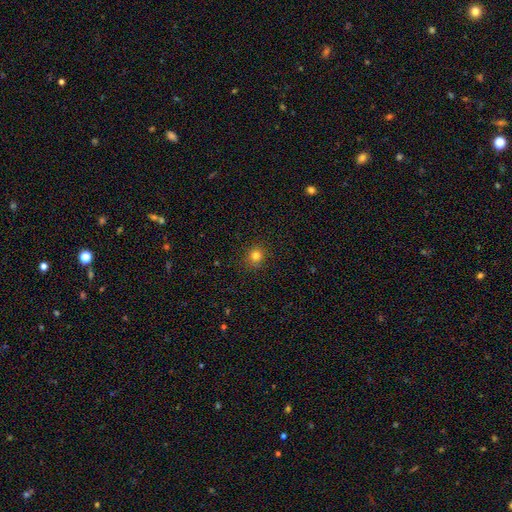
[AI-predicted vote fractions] The model was most divided on "smooth or featured": smooth: 81%, star or artifact: 13%, featured or disk: 5%. More confident: merging — none (90%); how rounded — round (84%).